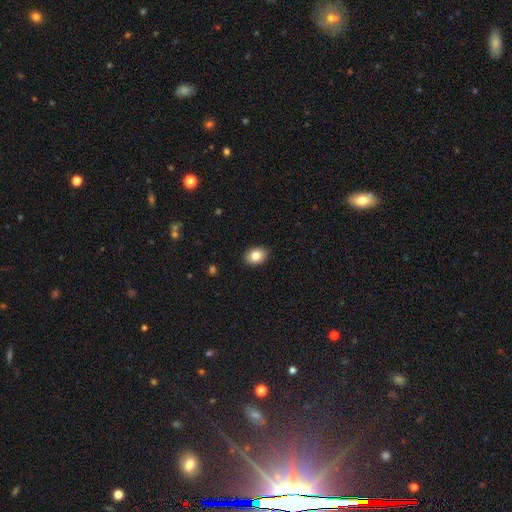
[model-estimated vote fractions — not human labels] smooth_or_featured: smooth (p=0.82) [alt: featured or disk p=0.09]
how_rounded: in between (p=0.68) [alt: round p=0.31]
merging: none (p=0.89) [alt: minor disturbance p=0.08]